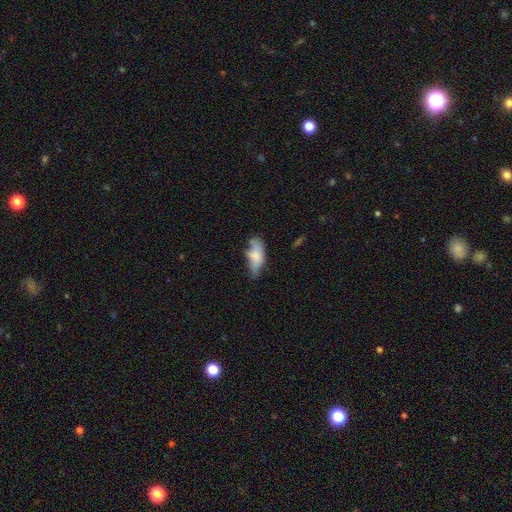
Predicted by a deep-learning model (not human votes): A smooth galaxy with no disk features (72%) that is in between round and cigar-shaped (80%). Merging: none (42%).